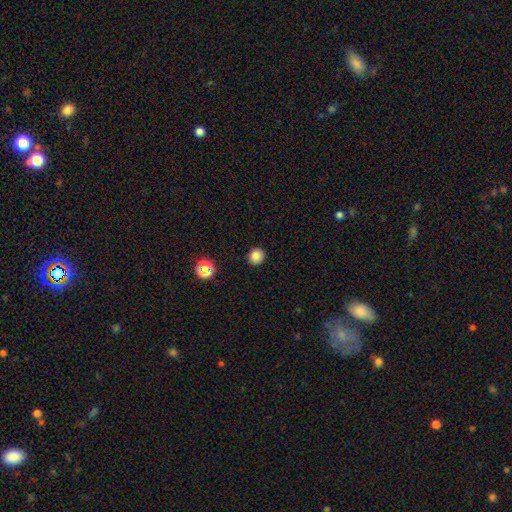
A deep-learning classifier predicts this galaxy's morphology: Smooth or featured: smooth — 82% (star or artifact — 13%)
How rounded: round — 87% (in between — 12%)
Merging: none — 91% (minor disturbance — 6%)